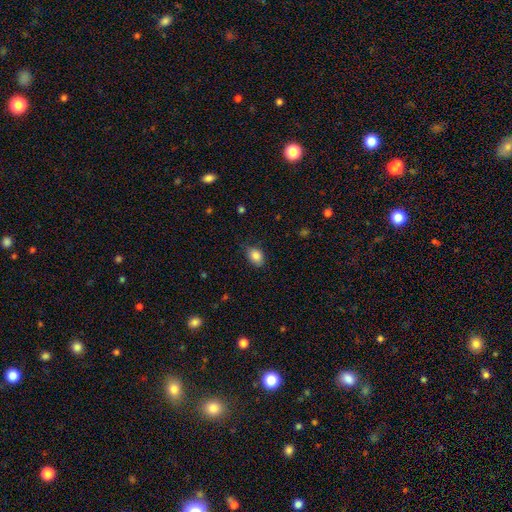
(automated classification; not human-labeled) smooth_or_featured: smooth (p=0.86) [alt: star or artifact p=0.08]
how_rounded: in between (p=0.79) [alt: round p=0.20]
merging: none (p=0.76) [alt: minor disturbance p=0.19]